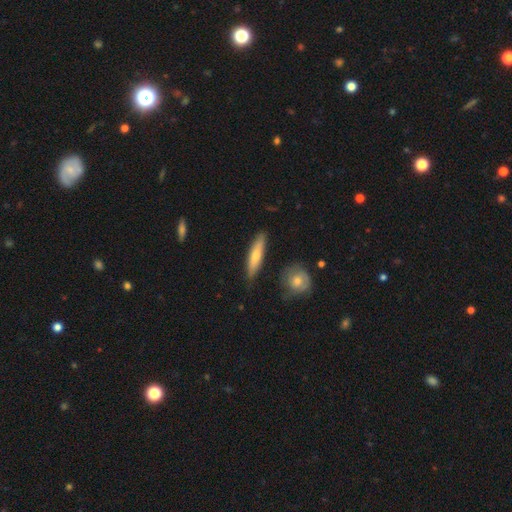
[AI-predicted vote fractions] This is likely a smooth galaxy (68%). How rounded: likely cigar-shaped (78%). Merging: clearly none (84%).